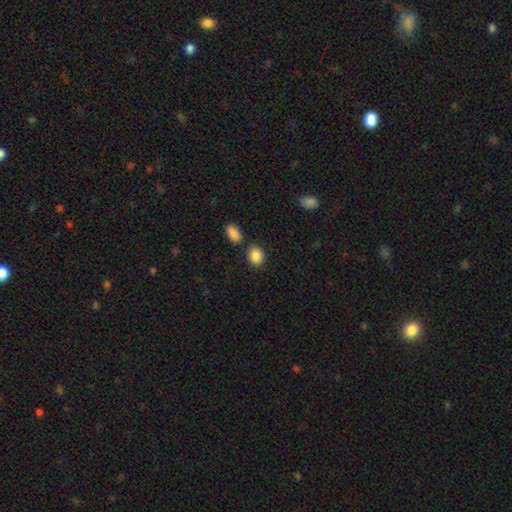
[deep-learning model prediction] Smooth or featured?
  - smooth: 88% *
  - star or artifact: 8%
  - featured or disk: 4%
How rounded?
  - in between: 54% *
  - round: 45%
  - cigar-shaped: 1%
Merging?
  - none: 77% *
  - minor disturbance: 11%
  - merger: 10%
  - major disturbance: 3%